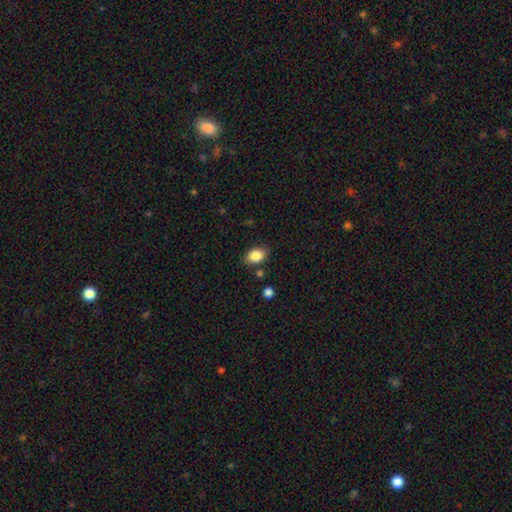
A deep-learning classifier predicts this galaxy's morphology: A smooth galaxy with no disk features (85%) that is in between round and cigar-shaped (79%). Merging: none (79%).